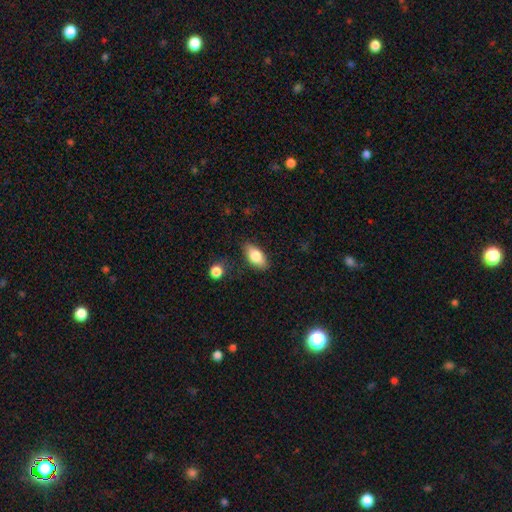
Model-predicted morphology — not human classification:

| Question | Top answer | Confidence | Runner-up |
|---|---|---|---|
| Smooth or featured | smooth | 80% | featured or disk (13%) |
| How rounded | in between | 88% | cigar-shaped (7%) |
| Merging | none | 81% | minor disturbance (13%) |